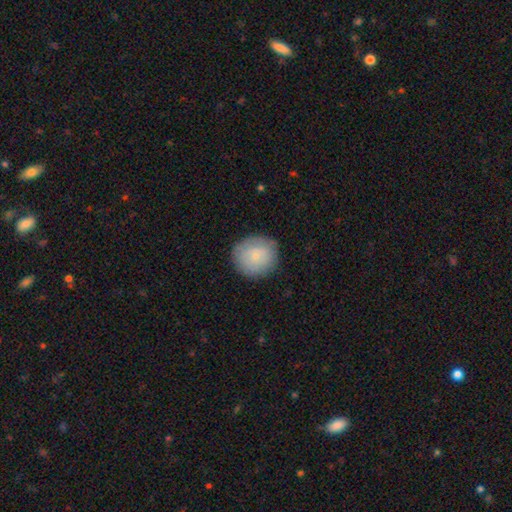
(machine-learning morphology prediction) Smooth or featured? Predicted: smooth (p=0.74). How rounded? Predicted: round (p=0.89). Merging? Predicted: none (p=0.84).